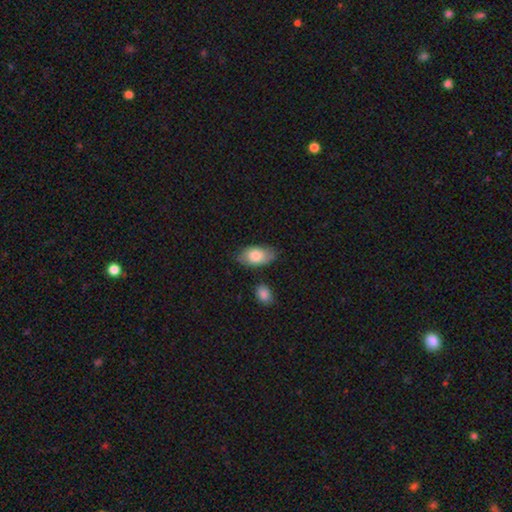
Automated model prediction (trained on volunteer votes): Q: Smooth or featured?
A: smooth (78%); runner-up: featured or disk (16%)
Q: How rounded?
A: in between (93%); runner-up: round (4%)
Q: Merging?
A: none (76%); runner-up: minor disturbance (17%)